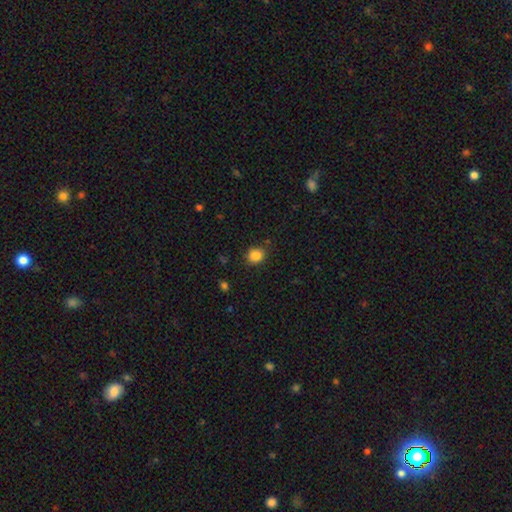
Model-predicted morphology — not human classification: Overall: smooth (85%). How rounded: round (69%; in between 30%). Merging: none (84%).